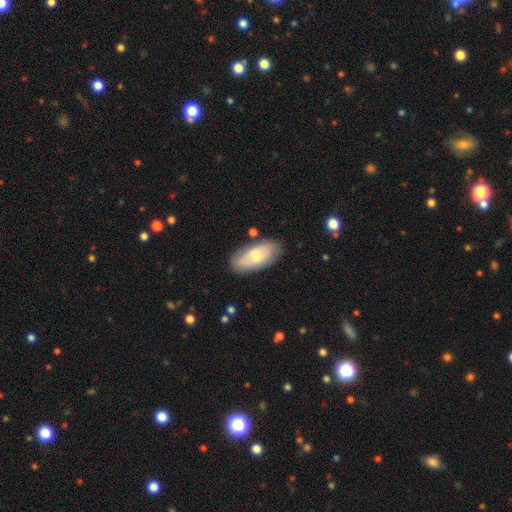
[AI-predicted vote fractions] The model was most divided on "smooth or featured": smooth: 59%, featured or disk: 35%, star or artifact: 6%. More confident: how rounded — in between (90%); merging — none (78%).